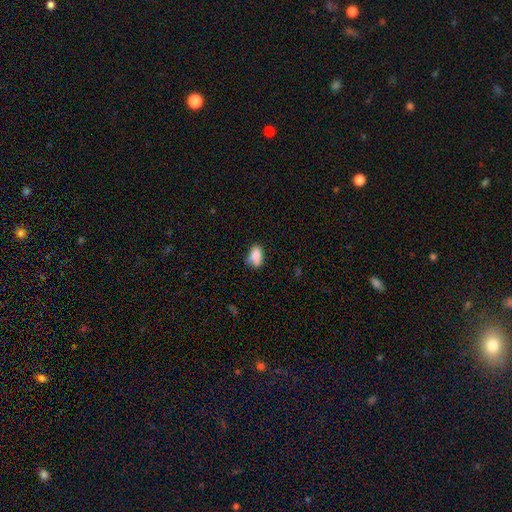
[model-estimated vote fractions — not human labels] smooth-or-featured: smooth: 85% | star or artifact: 8% | featured or disk: 7%
  how-rounded: in between: 87% | round: 9% | cigar-shaped: 4%
  merging: none: 64% | minor disturbance: 28% | major disturbance: 6% | merger: 3%